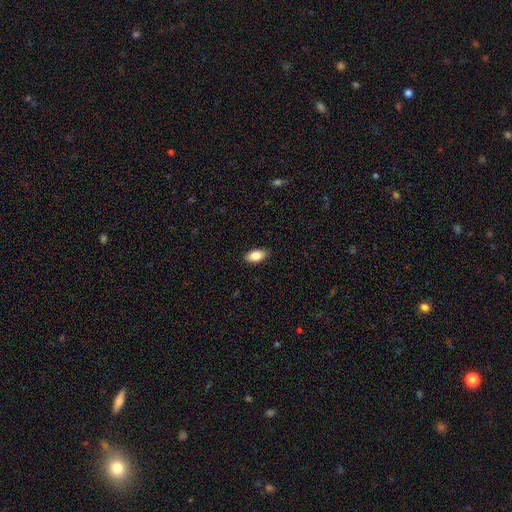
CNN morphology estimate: smooth_or_featured: smooth (p=0.82) [alt: featured or disk p=0.11]
how_rounded: in between (p=0.91) [alt: cigar-shaped p=0.05]
merging: none (p=0.87) [alt: minor disturbance p=0.10]